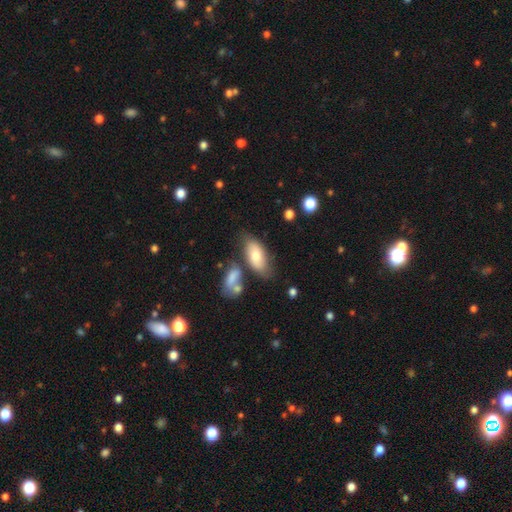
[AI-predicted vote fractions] The model was most divided on "merging": none: 56%, minor disturbance: 19%, merger: 18%, major disturbance: 7%. More confident: how rounded — in between (90%); smooth or featured — smooth (69%).